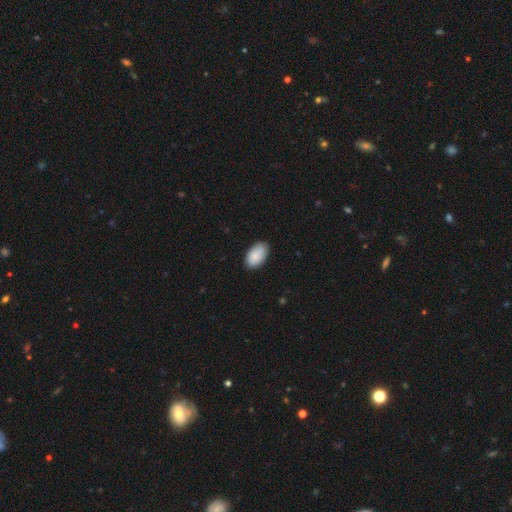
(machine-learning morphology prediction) A smooth galaxy with no disk features (85%) that is in between round and cigar-shaped (94%). Merging: none (81%).